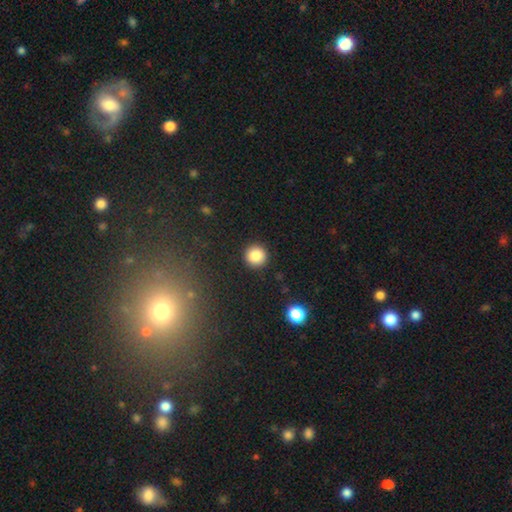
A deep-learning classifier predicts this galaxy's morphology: This appears to be a smooth galaxy with no disk features (86%) that is round (95%). Merging: none (92%).